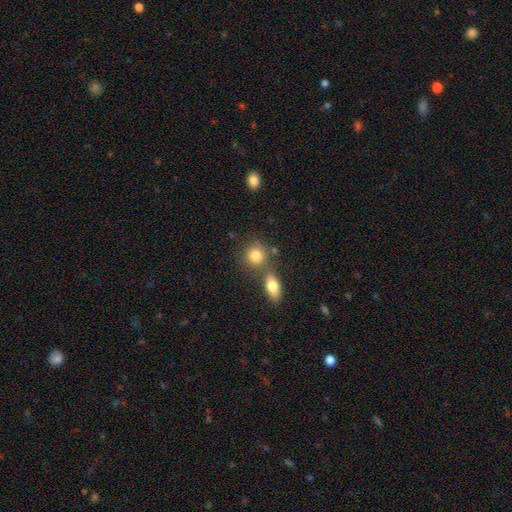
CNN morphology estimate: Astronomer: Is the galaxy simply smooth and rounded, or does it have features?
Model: smooth — 81%.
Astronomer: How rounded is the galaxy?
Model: round — 77%.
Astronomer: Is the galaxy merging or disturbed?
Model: none — 58%.